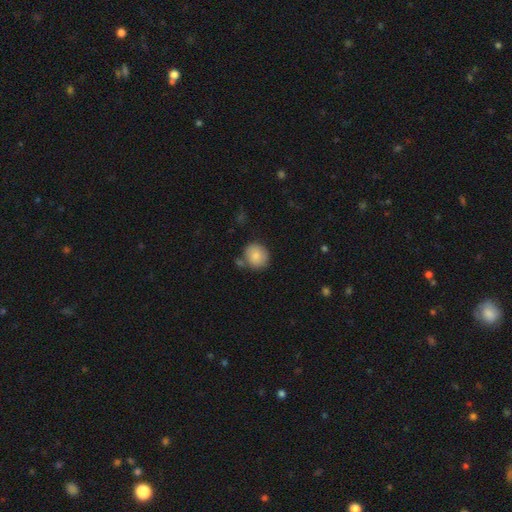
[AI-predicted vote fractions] smooth 83%, featured or disk 10%, star or artifact 7%. Down the decision tree: how rounded — round (82%); merging — none (72%).